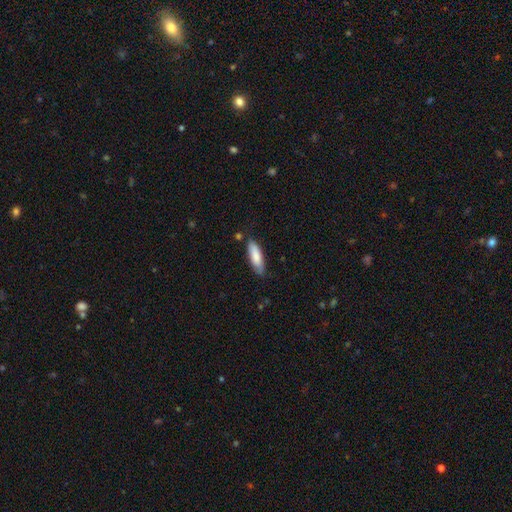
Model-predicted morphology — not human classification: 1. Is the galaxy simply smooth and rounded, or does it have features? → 83% smooth, 12% featured or disk, 5% star or artifact.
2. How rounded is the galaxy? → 50% in between, 49% cigar-shaped, 1% round.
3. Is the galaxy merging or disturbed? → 77% none, 17% minor disturbance, 3% major disturbance, 3% merger.